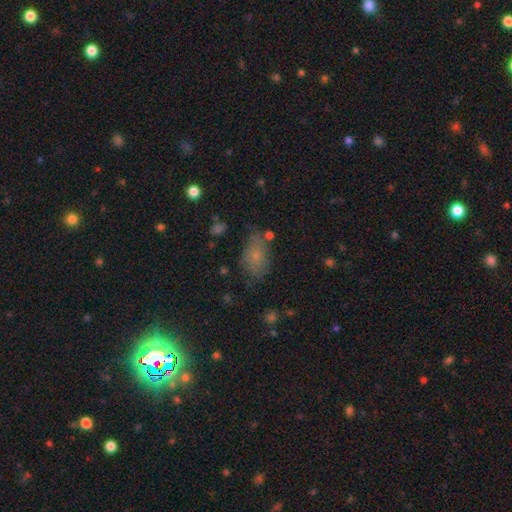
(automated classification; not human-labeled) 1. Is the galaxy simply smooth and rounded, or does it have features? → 69% smooth, 16% star or artifact, 14% featured or disk.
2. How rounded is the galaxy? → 86% in between, 11% round, 3% cigar-shaped.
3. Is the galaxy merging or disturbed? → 66% none, 22% minor disturbance, 8% major disturbance, 4% merger.